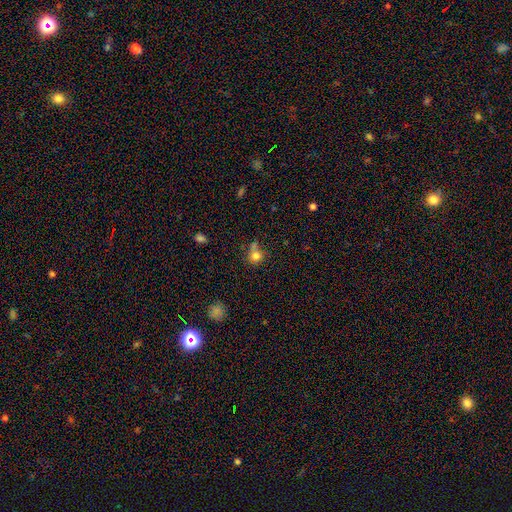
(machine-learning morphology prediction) smooth 80%, star or artifact 12%, featured or disk 8%. Down the decision tree: how rounded — round (81%); merging — none (51%).